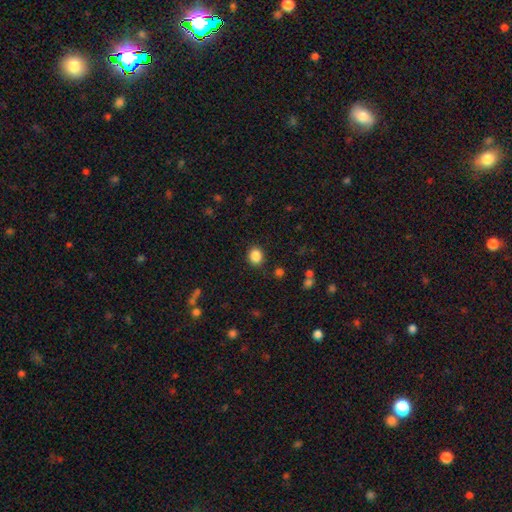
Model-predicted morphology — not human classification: The model was most divided on "how rounded": round: 65%, in between: 34%, cigar-shaped: 1%. More confident: merging — none (87%); smooth or featured — smooth (86%).